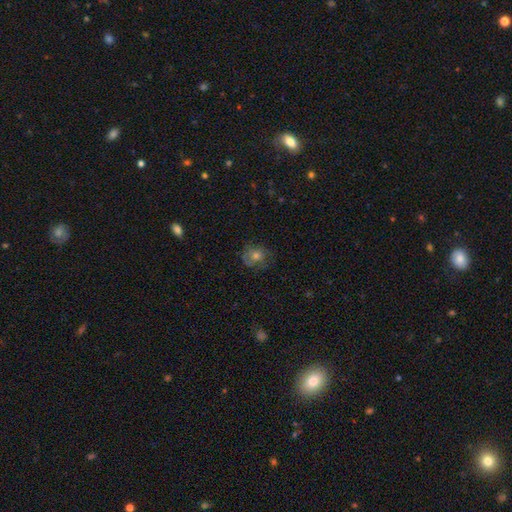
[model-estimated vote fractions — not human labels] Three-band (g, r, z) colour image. It shows a smooth galaxy with no disk features (50%). Merging: none (68%).